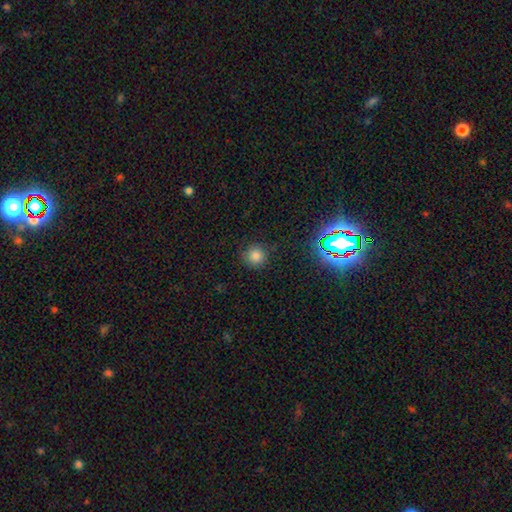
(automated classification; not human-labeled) A smooth galaxy with no disk features (79%) that is round (94%). Merging: none (87%).